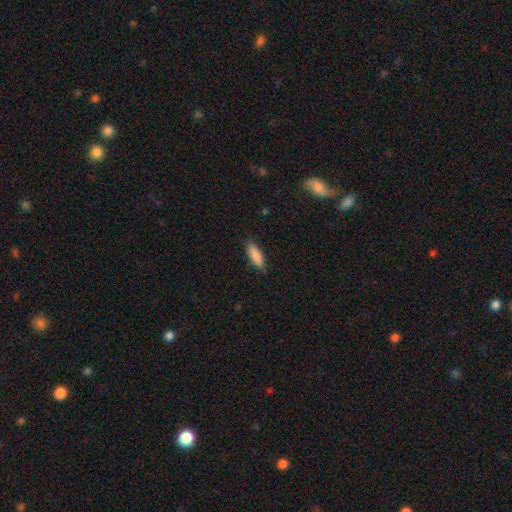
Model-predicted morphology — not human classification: A smooth galaxy with no disk features (88%) that is in between round and cigar-shaped (56%). Merging: none (84%).